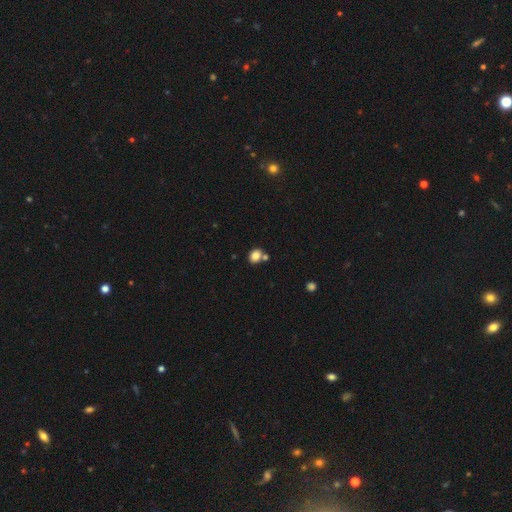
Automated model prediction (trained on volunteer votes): Overall: smooth (83%). How rounded: round (53%; in between 46%). Merging: none (62%; merger 23%).